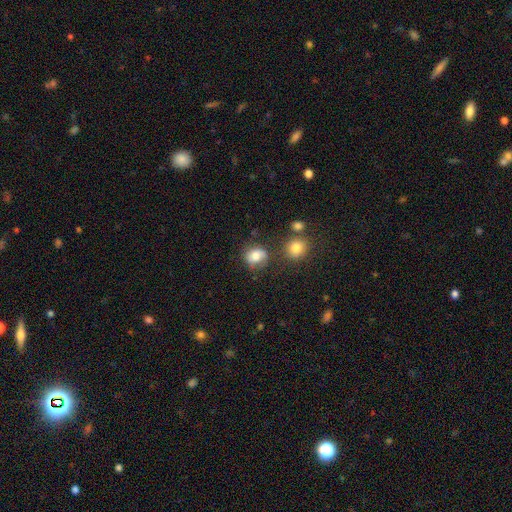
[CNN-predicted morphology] type=smooth (75%); roundness=round (70%); merging=none (66%).